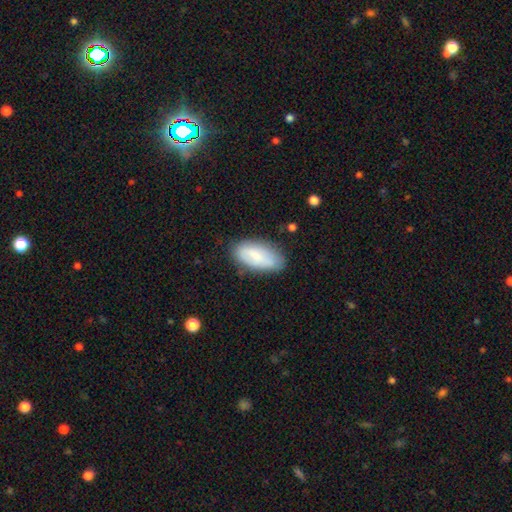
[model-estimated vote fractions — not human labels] This is likely a smooth galaxy (72%). How rounded: clearly in between (92%). Merging: likely none (74%).